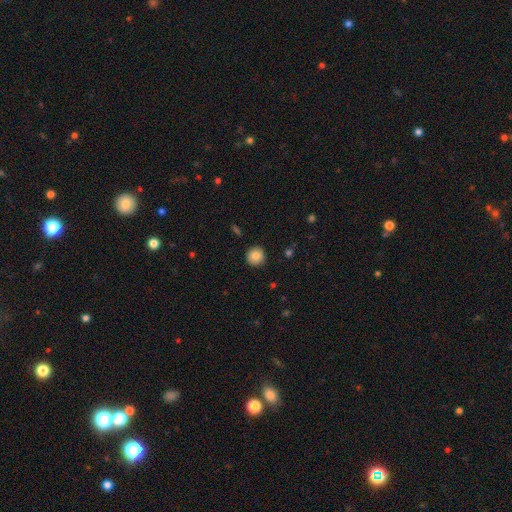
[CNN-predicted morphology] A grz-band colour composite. It shows a smooth galaxy with no disk features (82%) that is round (95%). Merging: none (92%).